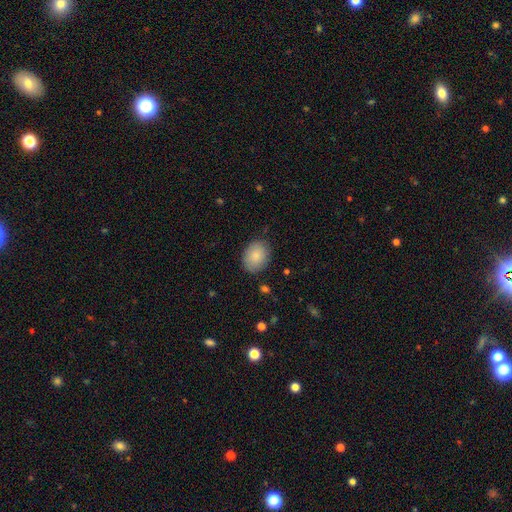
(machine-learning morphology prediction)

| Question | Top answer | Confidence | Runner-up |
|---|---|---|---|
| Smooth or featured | smooth | 85% | featured or disk (9%) |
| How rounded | in between | 65% | round (34%) |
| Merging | none | 84% | minor disturbance (12%) |